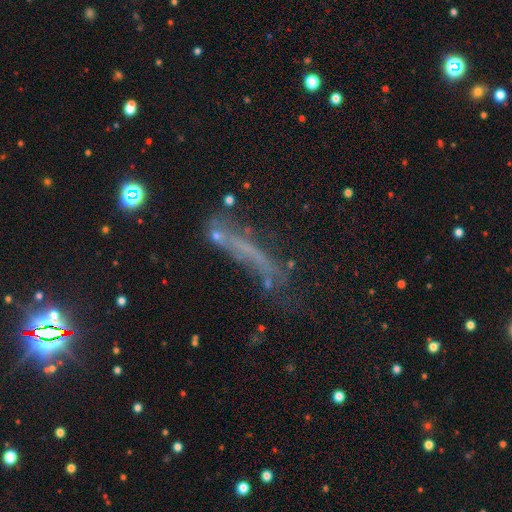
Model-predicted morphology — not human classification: Q: Smooth or featured?
A: featured or disk (41%); runner-up: smooth (39%)
Q: Merging?
A: none (38%); runner-up: major disturbance (29%)